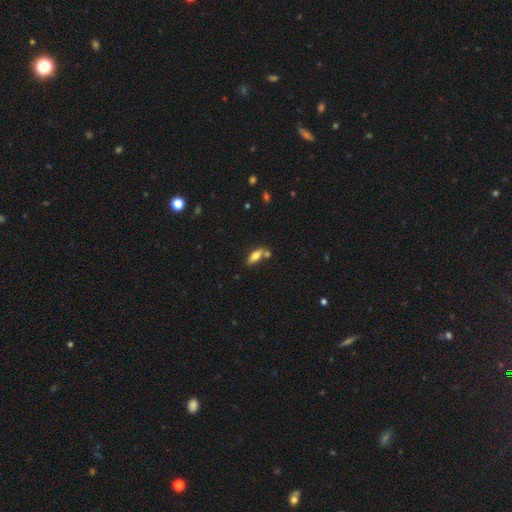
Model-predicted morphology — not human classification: This is likely a smooth galaxy (71%). How rounded: likely in between (72%). Merging: possibly none (57%).